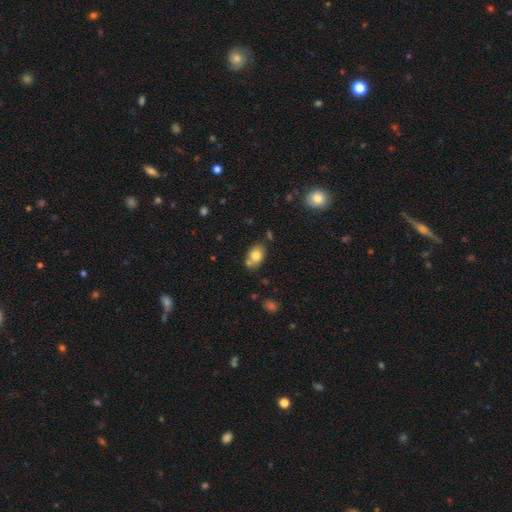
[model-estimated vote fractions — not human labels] This appears to be a smooth galaxy with no disk features (78%) that is in between round and cigar-shaped (72%). Merging: none (63%).